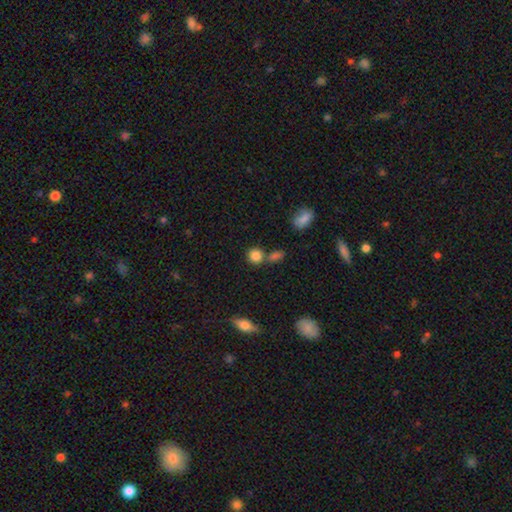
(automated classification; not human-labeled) Overall: smooth (84%). How rounded: round (85%). Merging: none (63%; merger 23%).